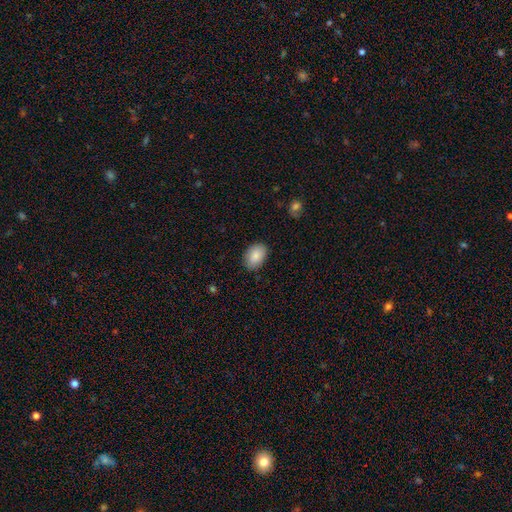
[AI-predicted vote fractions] This appears to be a smooth galaxy with no disk features (88%) that is in between round and cigar-shaped (85%). Merging: none (87%).